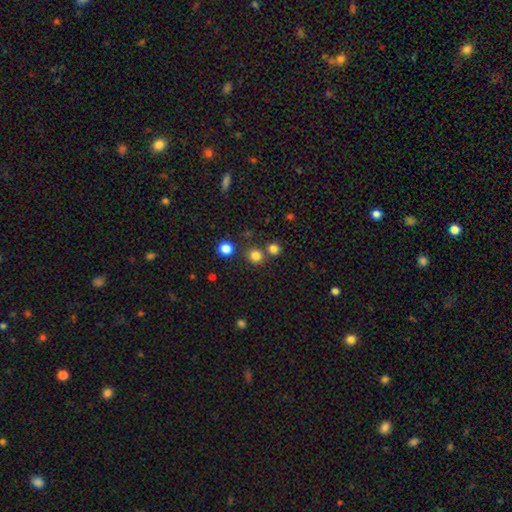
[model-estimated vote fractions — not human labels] This appears to be a smooth galaxy with no disk features (80%) that is round (91%). Merging: none (77%).